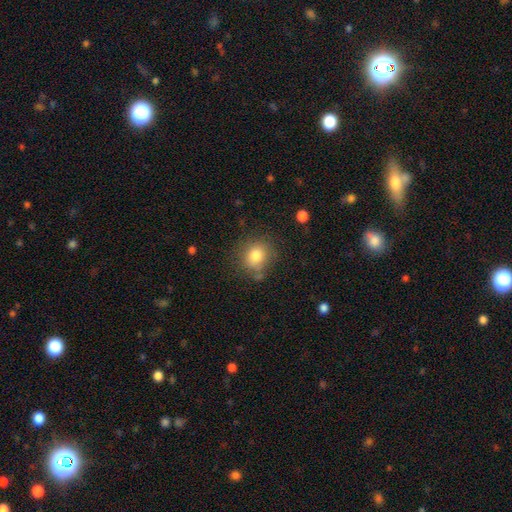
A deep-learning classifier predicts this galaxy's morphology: smooth-or-featured: smooth: 80% | star or artifact: 11% | featured or disk: 9%
  how-rounded: round: 81% | in between: 18% | cigar-shaped: 1%
  merging: none: 75% | minor disturbance: 16% | major disturbance: 5% | merger: 4%